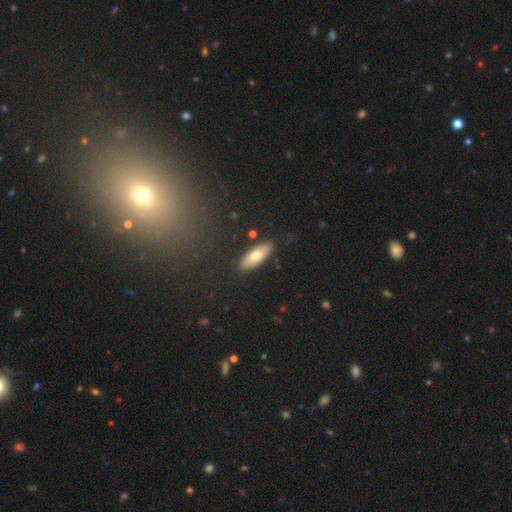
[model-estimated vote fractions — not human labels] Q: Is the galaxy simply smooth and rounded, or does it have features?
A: smooth — 69%.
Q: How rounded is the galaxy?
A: in between — 71%.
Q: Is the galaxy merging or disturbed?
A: none — 87%.